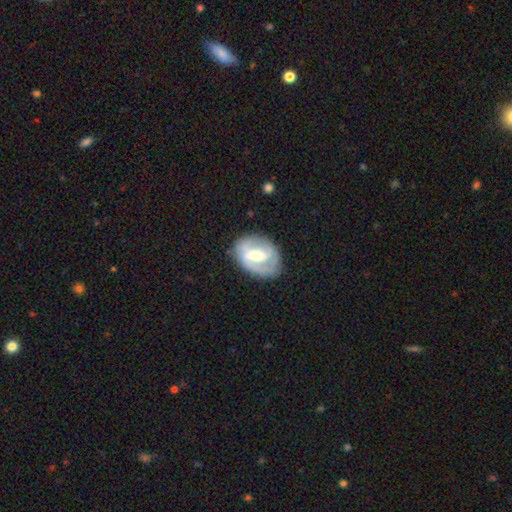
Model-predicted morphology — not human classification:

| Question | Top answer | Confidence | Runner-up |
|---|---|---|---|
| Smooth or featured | featured or disk | 75% | smooth (20%) |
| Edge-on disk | no | 96% | yes (4%) |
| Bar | strong | 47% | weak (40%) |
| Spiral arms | yes | 79% | no (21%) |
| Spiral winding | medium | 43% | tight (36%) |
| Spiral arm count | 2 | 72% | can't tell (14%) |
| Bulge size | moderate | 58% | small (31%) |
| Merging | none | 73% | minor disturbance (18%) |